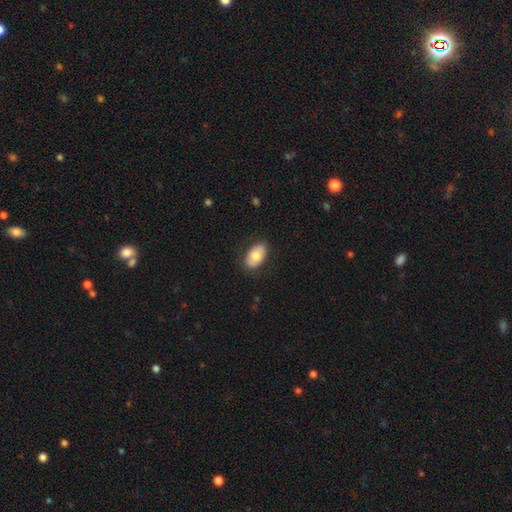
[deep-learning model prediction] Overall: smooth (72%). How rounded: in between (92%). Merging: none (83%).